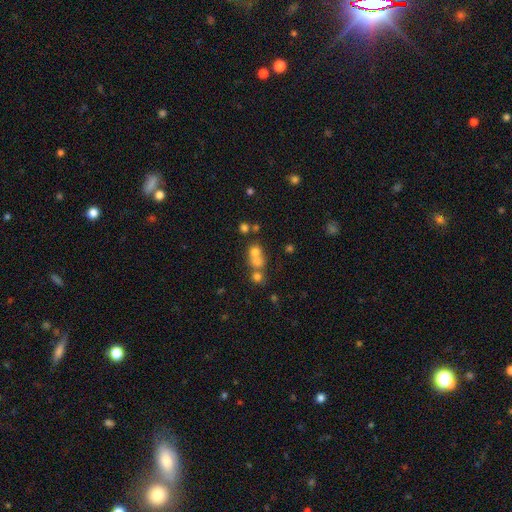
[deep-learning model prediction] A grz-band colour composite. It shows a smooth galaxy with no disk features (66%) that is round (77%). Merging: merger (57%).